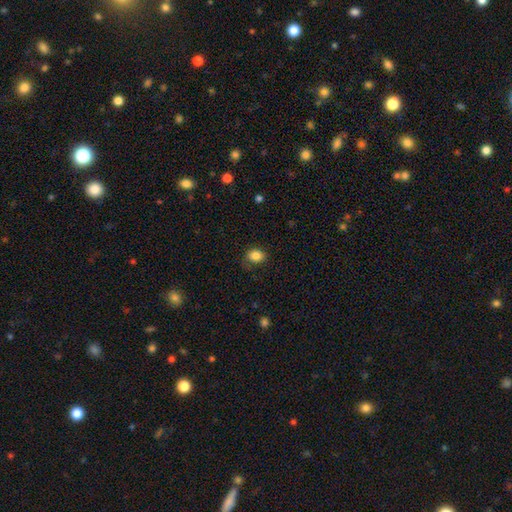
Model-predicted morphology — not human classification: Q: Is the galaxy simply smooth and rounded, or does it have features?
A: smooth — 85%.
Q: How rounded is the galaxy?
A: in between — 57%.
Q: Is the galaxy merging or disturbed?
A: none — 72%.